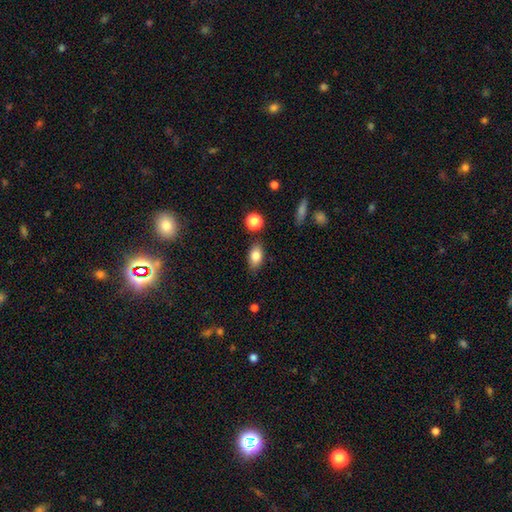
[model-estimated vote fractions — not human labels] Smooth or featured? Predicted: smooth (p=0.82). How rounded? Predicted: in between (p=0.87). Merging? Predicted: none (p=0.81).